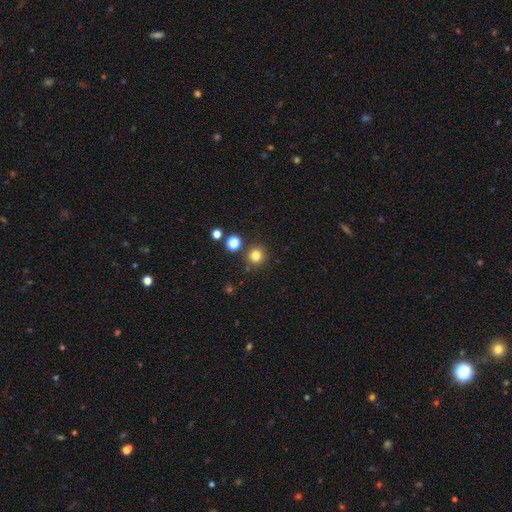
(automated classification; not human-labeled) Smooth or featured: smooth — 80% (star or artifact — 15%)
How rounded: round — 94% (in between — 5%)
Merging: none — 86% (minor disturbance — 7%)